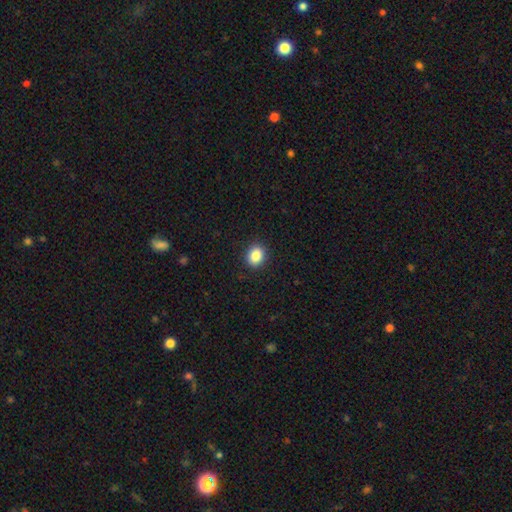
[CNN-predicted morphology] A smooth galaxy with no disk features (86%) that is round (55%).

Vote fractions:
- Smooth or featured? smooth: 86% / star or artifact: 9% / featured or disk: 4%
- How rounded? round: 55% / in between: 44% / cigar-shaped: 1%
- Merging? none: 90% / minor disturbance: 7% / major disturbance: 2% / merger: 1%